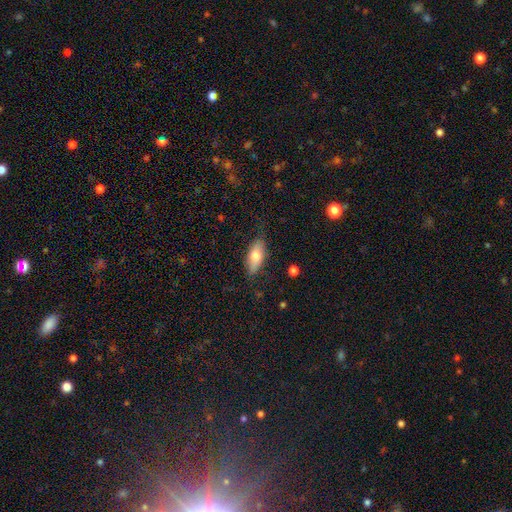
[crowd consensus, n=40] Overall: smooth (52%; featured or disk 38%). How rounded: in between (52%; cigar-shaped 48%). Merging: none (69%).